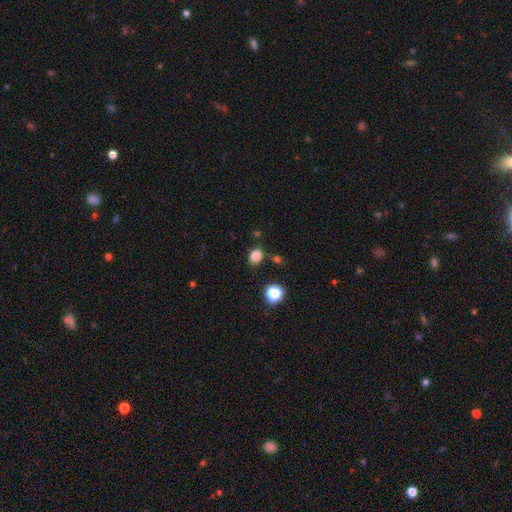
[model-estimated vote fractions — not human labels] smooth-or-featured: smooth: 82% | star or artifact: 14% | featured or disk: 4%
  how-rounded: in between: 54% | round: 45% | cigar-shaped: 1%
  merging: none: 79% | minor disturbance: 12% | merger: 5% | major disturbance: 3%